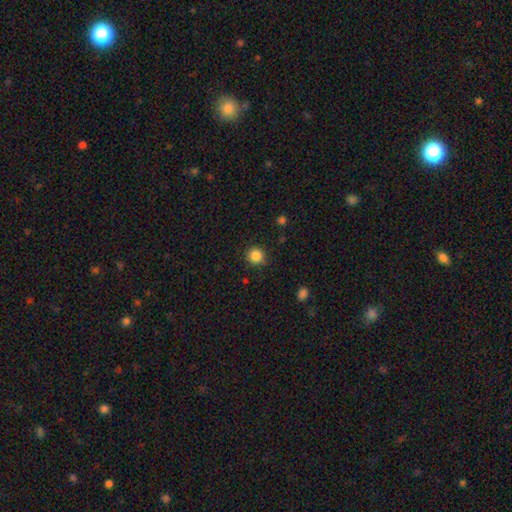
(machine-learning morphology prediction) This is clearly a smooth galaxy (86%). How rounded: clearly round (93%). Merging: clearly none (88%).